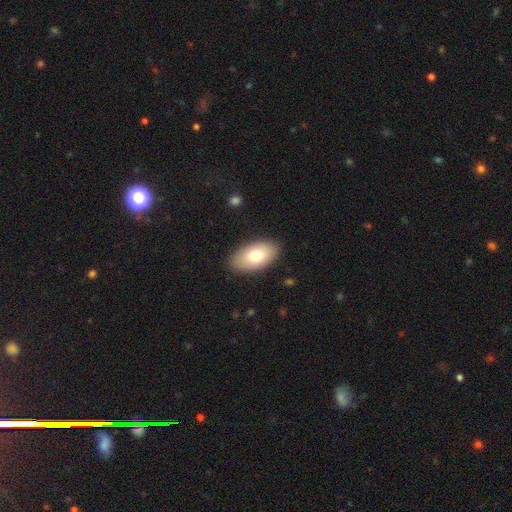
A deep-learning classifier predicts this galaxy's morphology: Smooth or featured? Predicted: smooth (p=0.75). How rounded? Predicted: in between (p=0.94). Merging? Predicted: none (p=0.87).